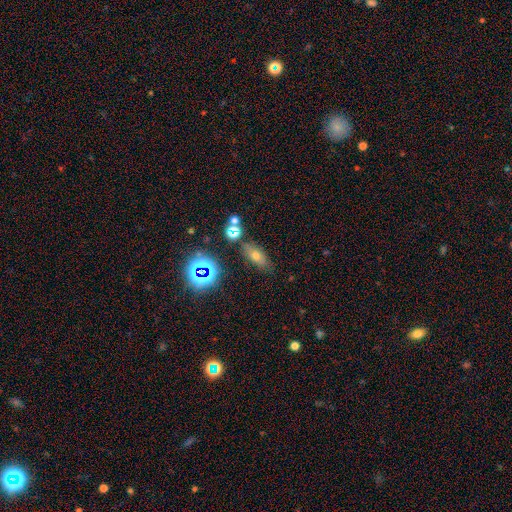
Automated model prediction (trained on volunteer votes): smooth-or-featured: smooth: 49% | star or artifact: 29% | featured or disk: 22%
  merging: none: 78% | minor disturbance: 12% | merger: 5% | major disturbance: 4%